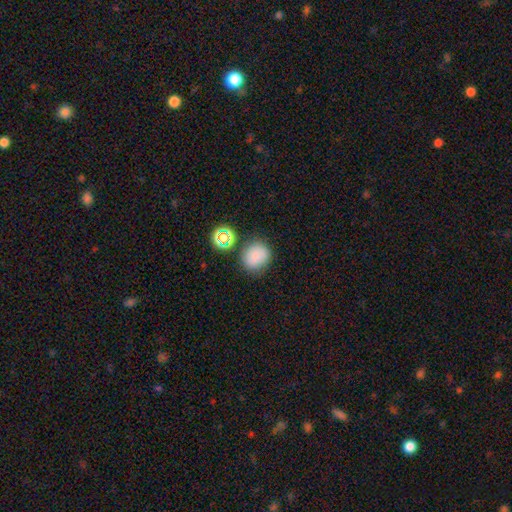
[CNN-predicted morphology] Overall: smooth (79%). How rounded: round (74%). Merging: none (76%).